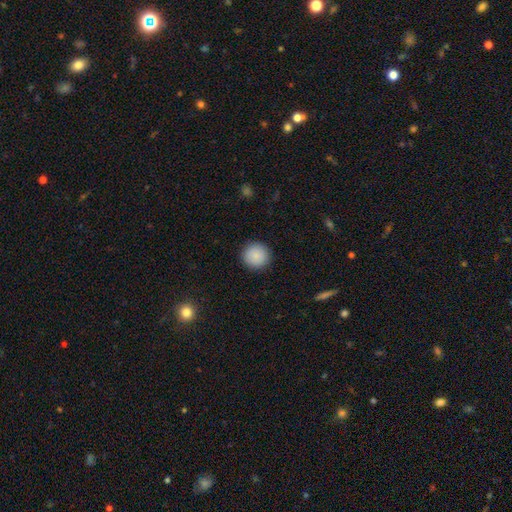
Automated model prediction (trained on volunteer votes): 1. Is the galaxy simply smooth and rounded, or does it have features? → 88% smooth, 8% star or artifact, 4% featured or disk.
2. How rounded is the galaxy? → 95% round, 4% in between, 1% cigar-shaped.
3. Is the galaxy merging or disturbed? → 93% none, 5% minor disturbance, 2% major disturbance, 1% merger.